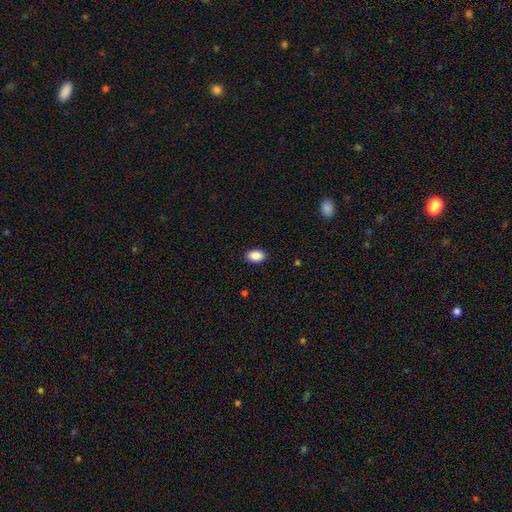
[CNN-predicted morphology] type=smooth (90%); roundness=in between (87%); merging=none (89%).